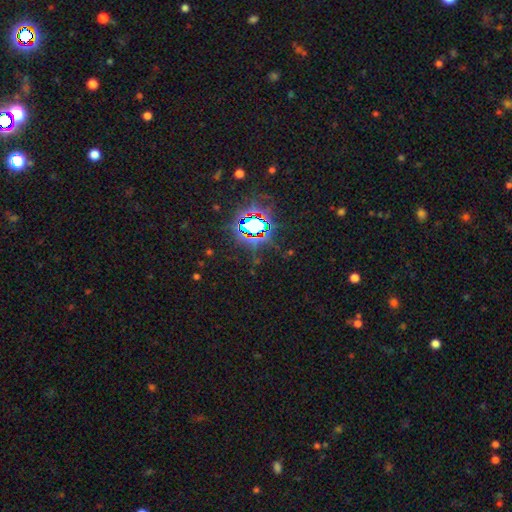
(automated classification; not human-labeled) This is clearly a star or artifact rather than a galaxy (81%).